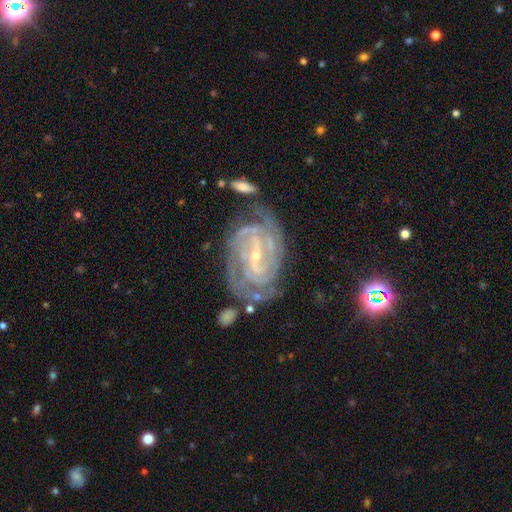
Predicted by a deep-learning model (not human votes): Morphology: type=featured or disk (91%); edge-on=no (97%); bar=weak (41%, tied with strong); spiral arms=yes (98%); winding=tight (72%); arm count=2 (29%); bulge=small (78%); merging=none (63%).